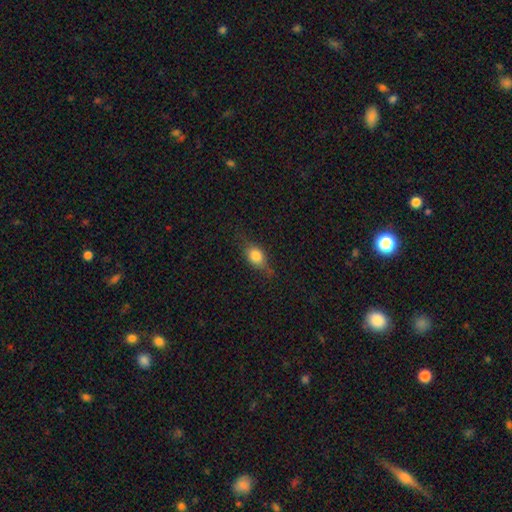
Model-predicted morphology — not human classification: smooth_or_featured: smooth (p=0.70) [alt: featured or disk p=0.20]
how_rounded: in between (p=0.64) [alt: round p=0.30]
merging: none (p=0.66) [alt: minor disturbance p=0.25]